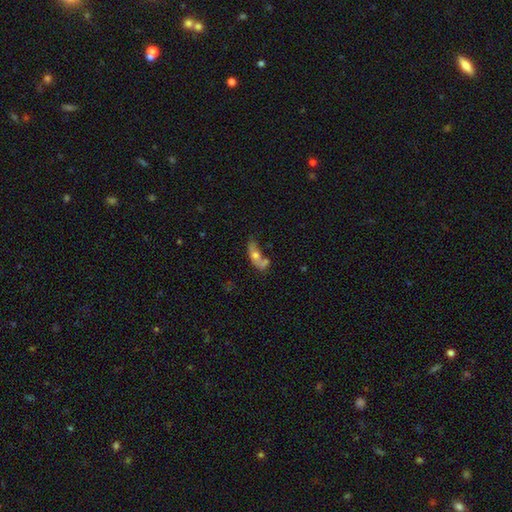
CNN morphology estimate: A smooth galaxy with no disk features (52%) that is in between round and cigar-shaped (65%). Merging: merger (35%).